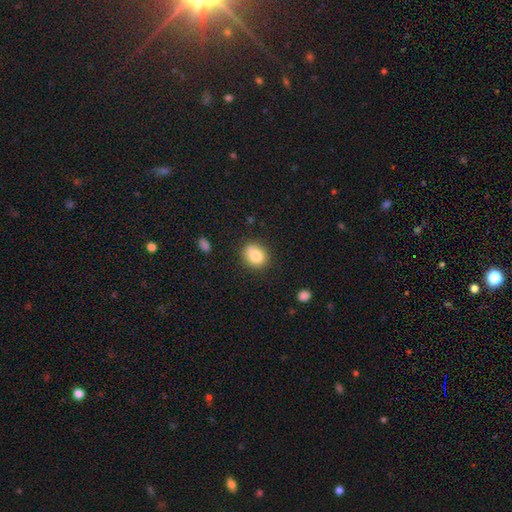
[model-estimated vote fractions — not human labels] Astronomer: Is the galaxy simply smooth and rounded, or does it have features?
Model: smooth — 81%.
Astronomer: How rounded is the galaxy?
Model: round — 58% (runner-up: in between, 41%).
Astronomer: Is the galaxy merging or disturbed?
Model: none — 80%.